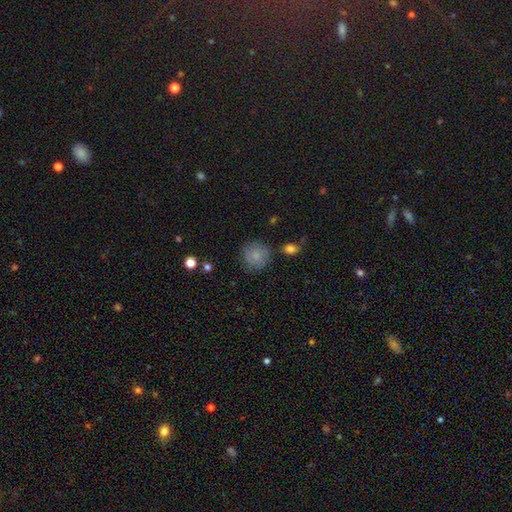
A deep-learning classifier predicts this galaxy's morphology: Overall: smooth (80%). How rounded: round (91%). Merging: none (76%).